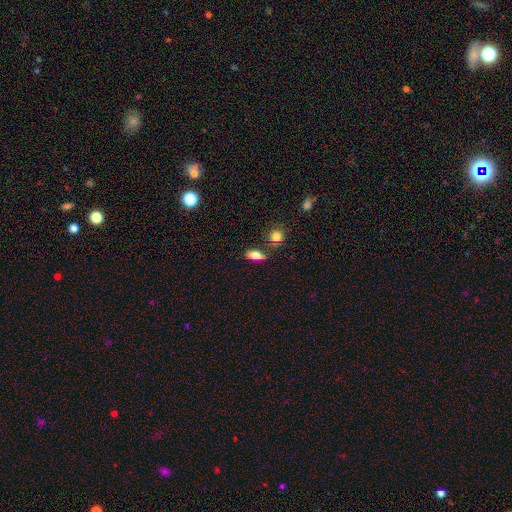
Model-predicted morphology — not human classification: smooth 73%, featured or disk 17%, star or artifact 9%. Down the decision tree: how rounded — in between (81%); merging — none (73%).